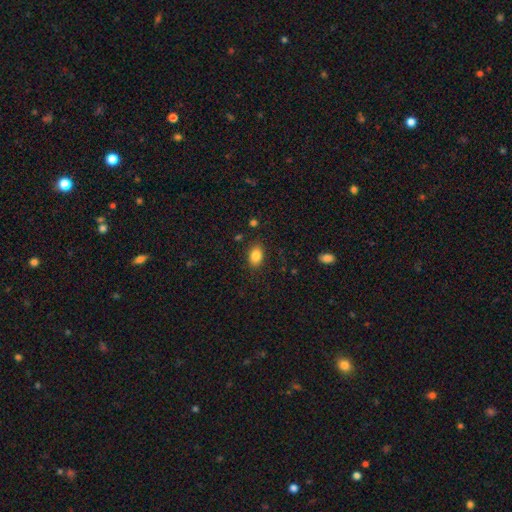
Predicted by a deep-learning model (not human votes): This appears to be a smooth galaxy with no disk features (85%) that is in between round and cigar-shaped (80%). Merging: none (85%).